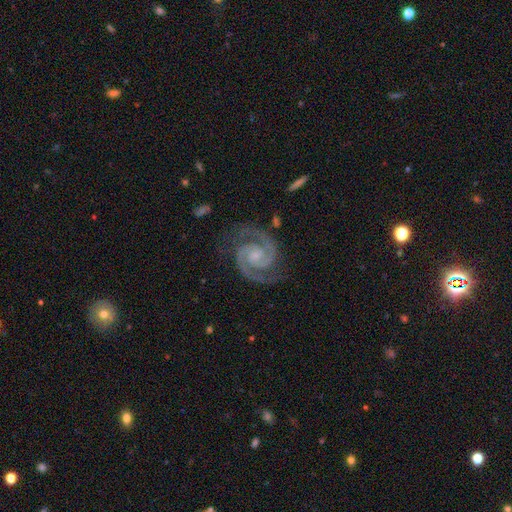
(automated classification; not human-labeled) A featured or disk galaxy (94%) with no bar (53%), 2 (94%) tight (52%) spiral arms (99%) and a small central bulge (43%).

Vote fractions:
- Smooth or featured? featured or disk: 94% / star or artifact: 4% / smooth: 2%
- Edge-on disk? no: 98% / yes: 2%
- Bar? no: 53% / weak: 36% / strong: 11%
- Spiral arms? yes: 99% / no: 1%
- Spiral winding? tight: 52% / medium: 44% / loose: 4%
- Spiral arm count? 2: 94% / 3: 2% / can't tell: 1% / 1: 1% / 4: 1% / more than 4: 1%
- Bulge size? small: 43% / moderate: 30% / none: 23% / large: 3% / dominant: 1%
- Merging? none: 81% / minor disturbance: 14% / major disturbance: 4% / merger: 1%